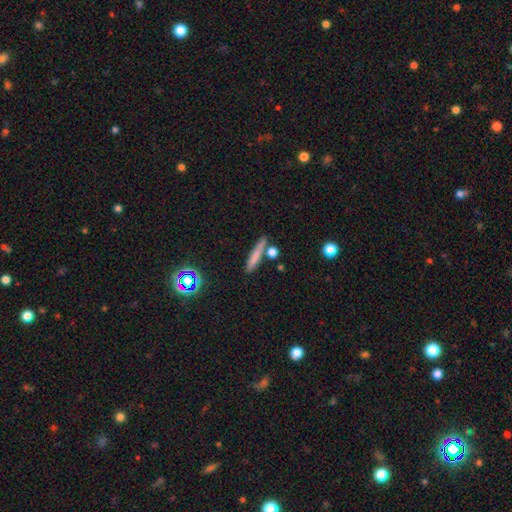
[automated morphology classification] Smooth or featured? smooth (73%)
How rounded? cigar-shaped (88%)
Merging? none (77%)